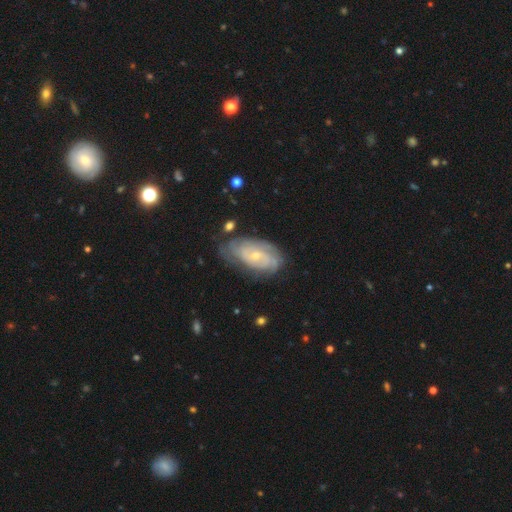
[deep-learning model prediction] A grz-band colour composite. It shows a featured or disk galaxy (77%) with no bar (68%), tight (65%) spiral arms (91%) and a small central bulge (70%). Merging: none (67%).